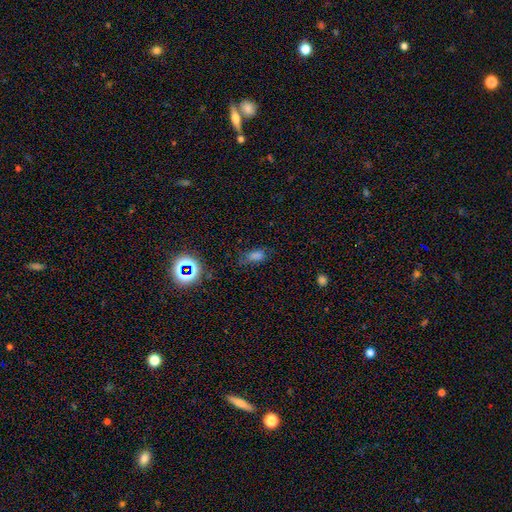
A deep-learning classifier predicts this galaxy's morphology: smooth_or_featured: smooth (p=0.62) [alt: star or artifact p=0.27]
how_rounded: in between (p=0.76) [alt: cigar-shaped p=0.13]
merging: none (p=0.62) [alt: minor disturbance p=0.24]